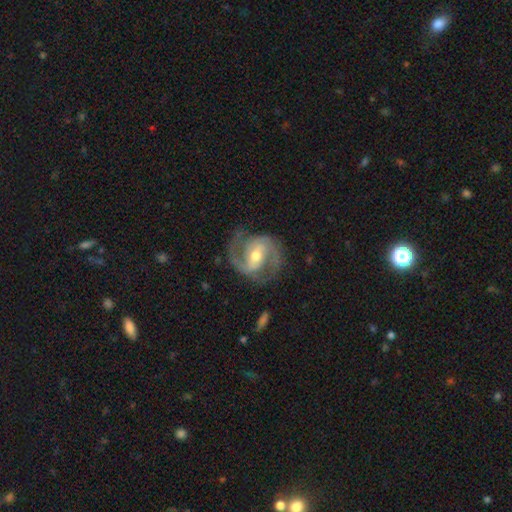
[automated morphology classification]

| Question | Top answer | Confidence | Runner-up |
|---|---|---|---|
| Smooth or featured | featured or disk | 91% | smooth (5%) |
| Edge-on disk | no | 98% | yes (2%) |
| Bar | weak | 42% | strong (40%) |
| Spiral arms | yes | 97% | no (3%) |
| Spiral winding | medium | 60% | tight (26%) |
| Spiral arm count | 2 | 92% | can't tell (2%) |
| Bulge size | moderate | 65% | small (28%) |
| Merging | none | 80% | minor disturbance (13%) |